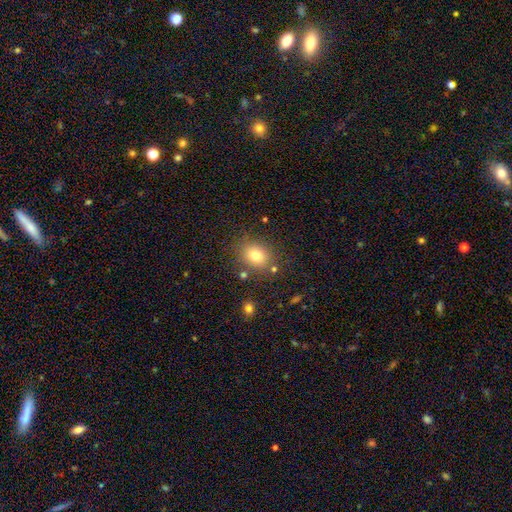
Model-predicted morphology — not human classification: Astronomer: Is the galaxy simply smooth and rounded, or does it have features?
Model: smooth — 78%.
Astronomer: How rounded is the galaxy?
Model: round — 50% (runner-up: in between, 49%).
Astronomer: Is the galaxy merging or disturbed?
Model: none — 80%.